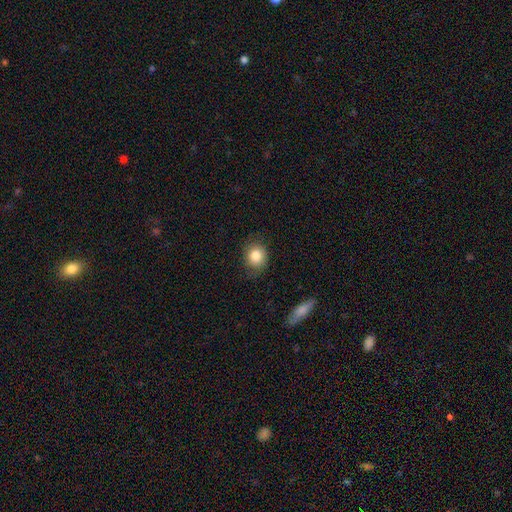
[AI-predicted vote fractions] smooth-or-featured: smooth: 84% | star or artifact: 9% | featured or disk: 8%
  how-rounded: round: 68% | in between: 31% | cigar-shaped: 1%
  merging: none: 78% | minor disturbance: 17% | major disturbance: 4% | merger: 1%